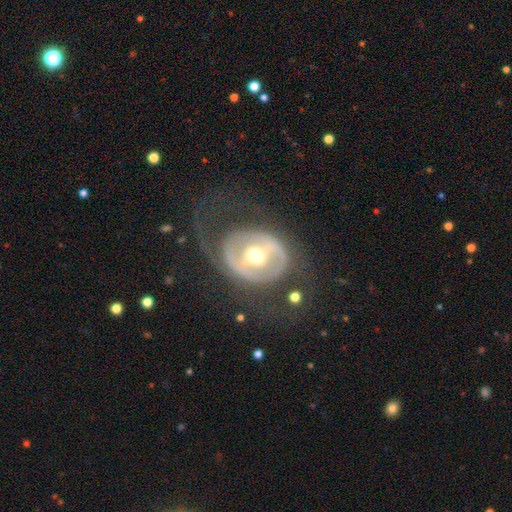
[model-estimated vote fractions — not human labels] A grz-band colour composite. It shows a featured or disk galaxy (73%) with a strong bar (39%), no spiral arms (54%) and a moderate central bulge (74%). Merging: none (49%).